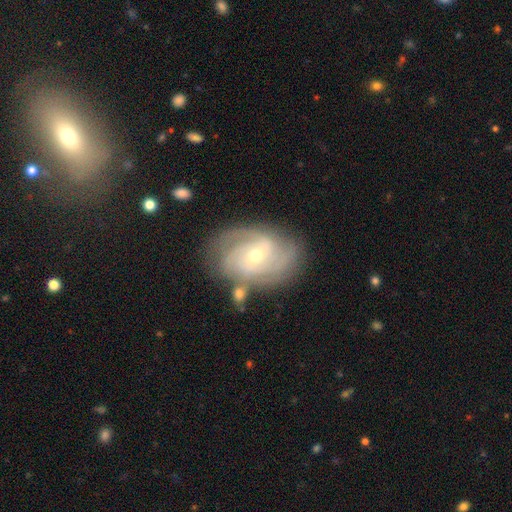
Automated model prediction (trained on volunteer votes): smooth_or_featured: featured or disk (p=0.85) [alt: smooth p=0.09]
disk_edge_on: no (p=0.97) [alt: yes p=0.03]
bar: no (p=0.55) [alt: weak p=0.36]
has_spiral_arms: yes (p=0.96) [alt: no p=0.04]
spiral_winding: tight (p=0.59) [alt: medium p=0.33]
spiral_arm_count: 3 (p=0.32) [alt: can't tell p=0.22]
bulge_size: small (p=0.55) [alt: moderate p=0.42]
merging: none (p=0.74) [alt: minor disturbance p=0.16]